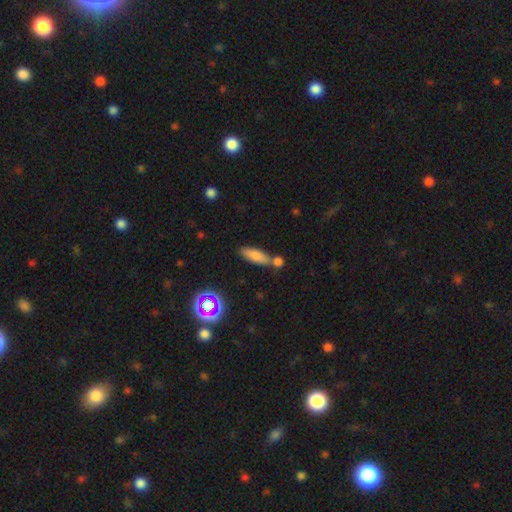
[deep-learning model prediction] A smooth galaxy with no disk features (76%) that is in between round and cigar-shaped (59%). Merging: none (55%).